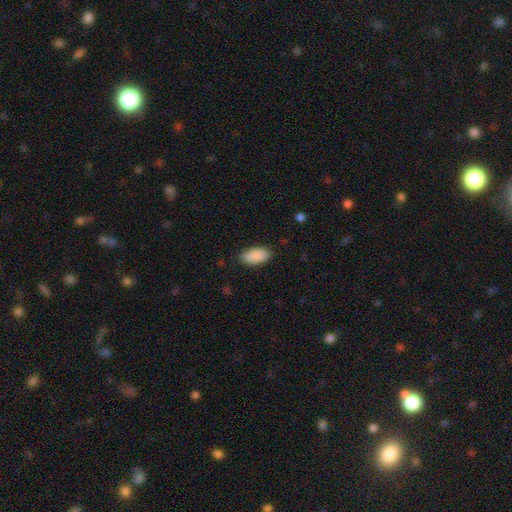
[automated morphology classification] type=smooth (90%); roundness=in between (93%); merging=none (86%).